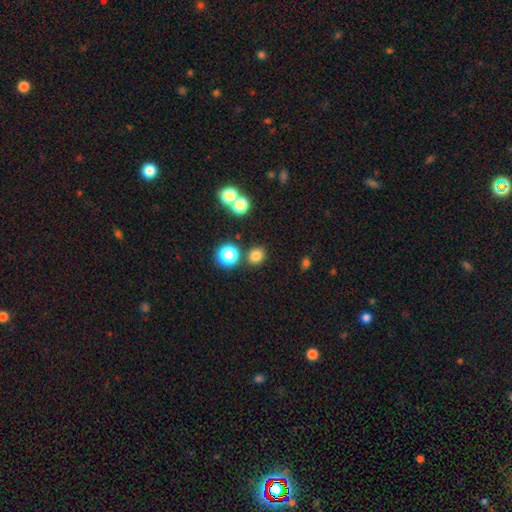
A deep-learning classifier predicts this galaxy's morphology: smooth-or-featured: smooth: 78% | star or artifact: 17% | featured or disk: 5%
  how-rounded: round: 79% | in between: 20% | cigar-shaped: 1%
  merging: none: 83% | minor disturbance: 8% | merger: 6% | major disturbance: 3%